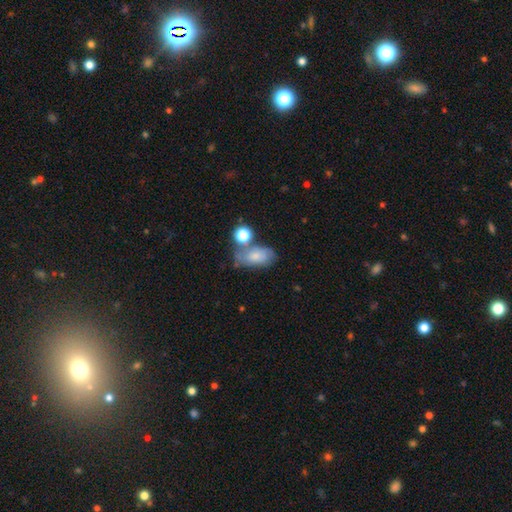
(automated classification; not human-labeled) The model was most divided on "merging": none: 45%, merger: 24%, minor disturbance: 21%, major disturbance: 9%. More confident: how rounded — in between (87%); smooth or featured — smooth (69%).